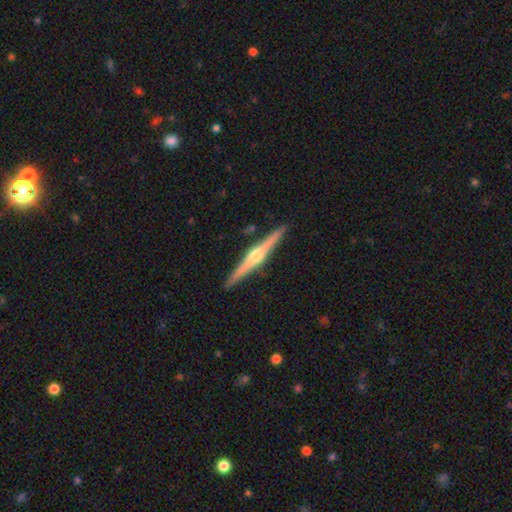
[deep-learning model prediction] A featured or disk galaxy (81%) viewed edge-on (99%) with a rounded central bulge (93%).

Vote fractions:
- Smooth or featured? featured or disk: 81% / smooth: 14% / star or artifact: 5%
- Edge-on disk? yes: 99% / no: 1%
- Edge-on bulge? rounded: 93% / boxy: 4% / none: 3%
- Merging? none: 91% / minor disturbance: 6% / merger: 1% / major disturbance: 1%